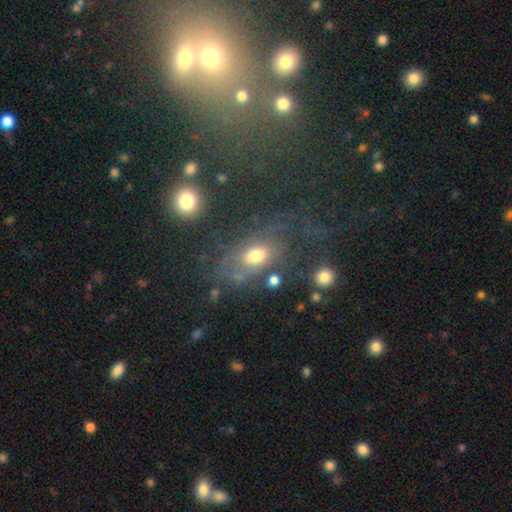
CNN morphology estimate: Overall: featured or disk (46%; smooth 37%). Merging: none (57%; minor disturbance 19%).